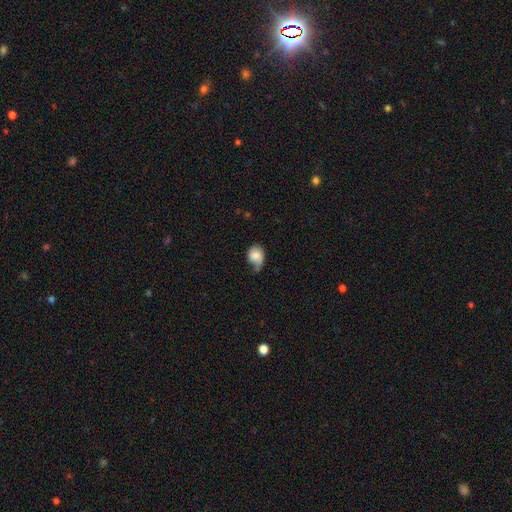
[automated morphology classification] The model was most divided on "merging": minor disturbance: 39%, none: 36%, major disturbance: 18%, merger: 7%. More confident: smooth or featured — smooth (76%); how rounded — round (56%).